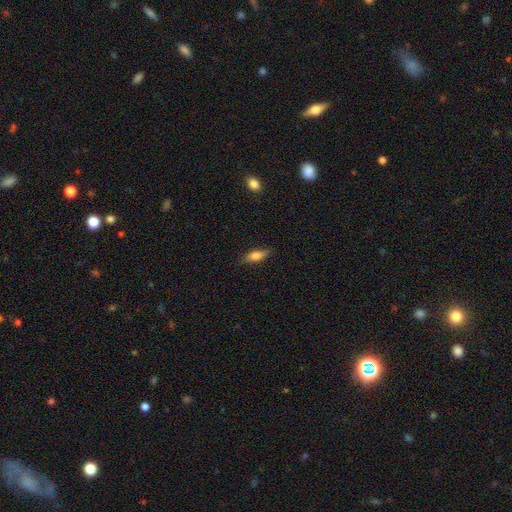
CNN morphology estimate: Overall: smooth (75%). How rounded: in between (61%; cigar-shaped 36%). Merging: none (84%).